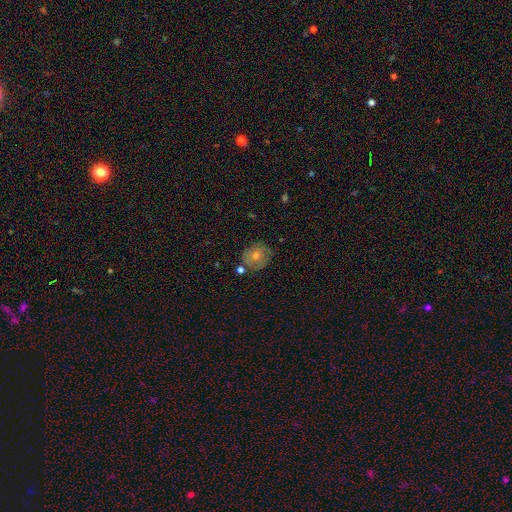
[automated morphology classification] type=featured or disk (43%); merging=none (77%).